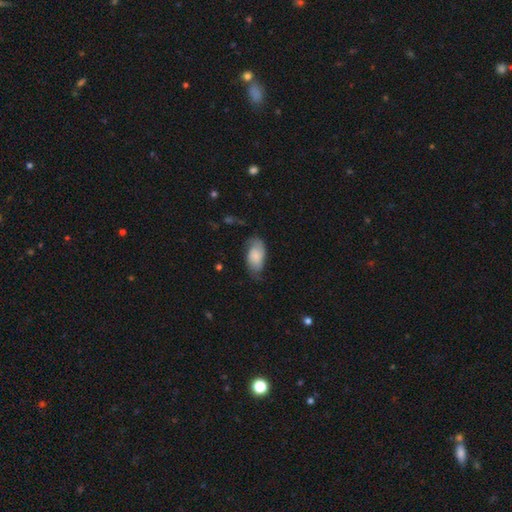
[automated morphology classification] A smooth galaxy with no disk features (58%) that is in between round and cigar-shaped (93%). Merging: none (51%).